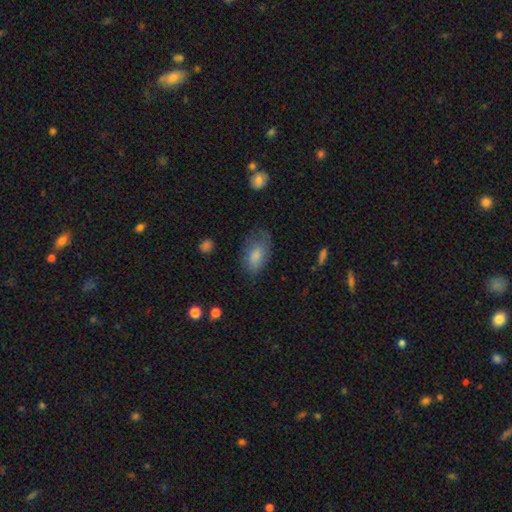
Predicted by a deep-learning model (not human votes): Smooth or featured: smooth — 77% (featured or disk — 15%)
How rounded: in between — 90% (round — 8%)
Merging: none — 54% (minor disturbance — 29%)